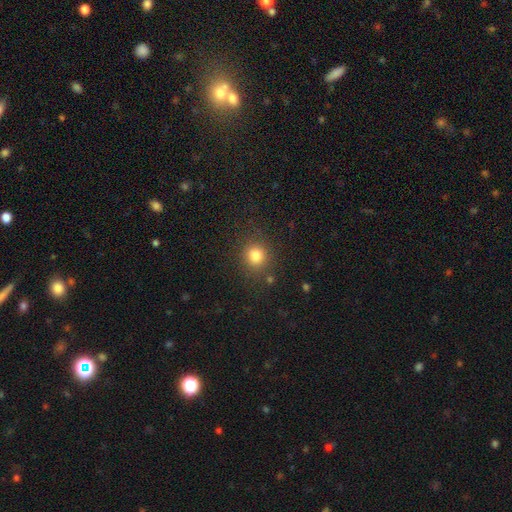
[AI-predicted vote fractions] Smooth or featured? smooth (81%)
How rounded? round (83%)
Merging? none (84%)